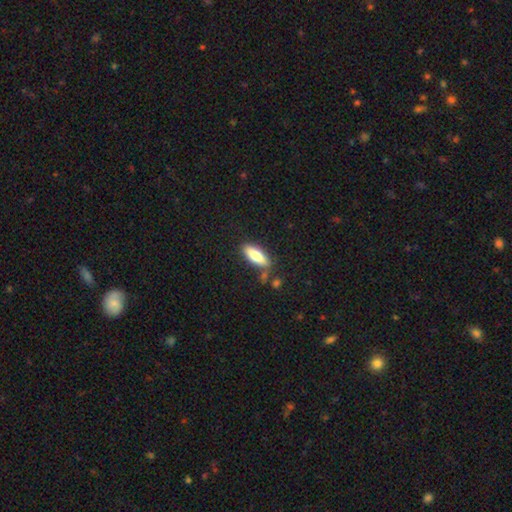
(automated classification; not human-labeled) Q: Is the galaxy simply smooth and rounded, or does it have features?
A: smooth — 72%.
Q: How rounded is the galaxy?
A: in between — 64%.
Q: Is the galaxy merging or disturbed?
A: none — 77%.